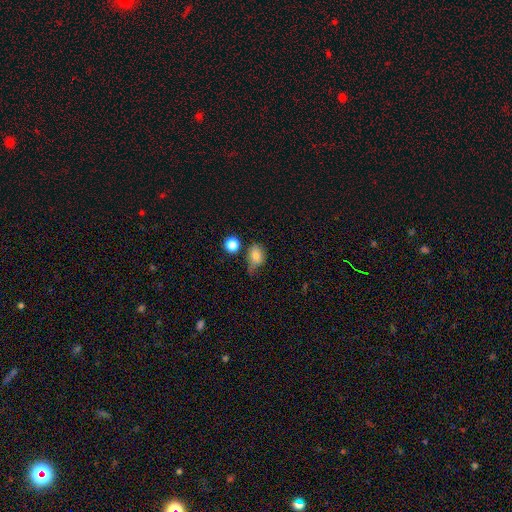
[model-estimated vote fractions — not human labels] Morphology: type=smooth (78%); roundness=in between (66%); merging=none (39%).